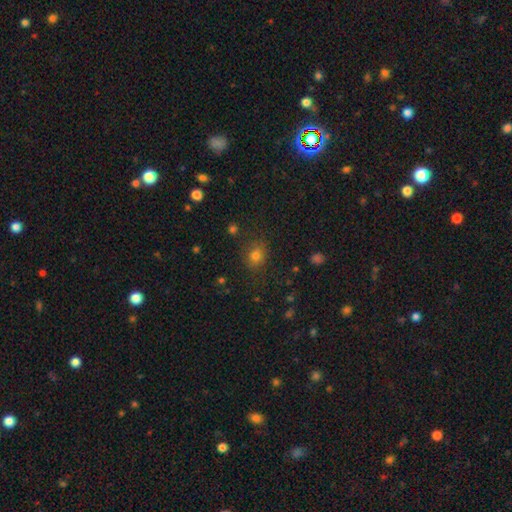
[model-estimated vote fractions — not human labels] Smooth or featured? smooth (75%)
How rounded? round (64%)
Merging? none (81%)